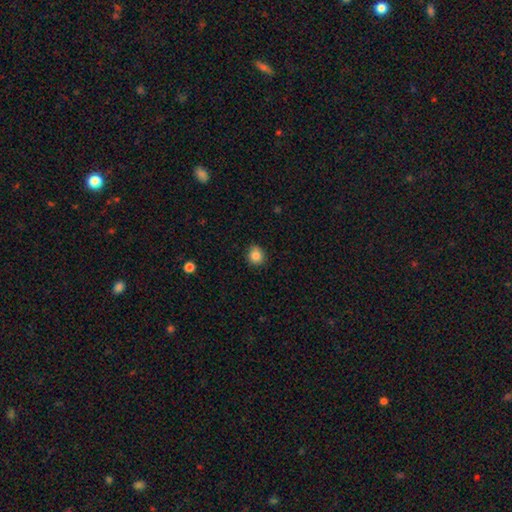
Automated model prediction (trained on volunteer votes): The model was most divided on "how rounded": round: 84%, in between: 15%, cigar-shaped: 1%. More confident: merging — none (86%); smooth or featured — smooth (85%).